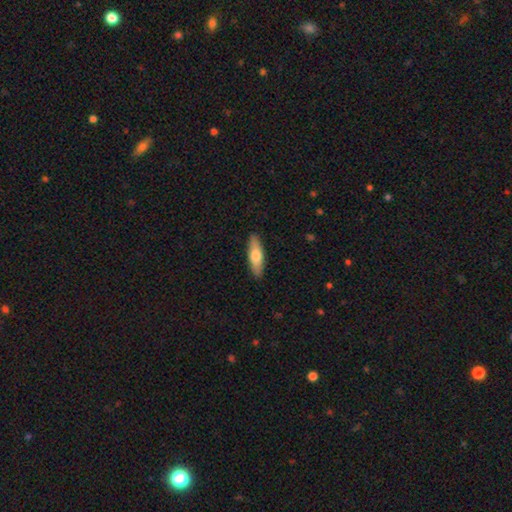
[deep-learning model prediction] Morphology: type=smooth (67%); roundness=in between (49%, tied with cigar-shaped); merging=none (89%).